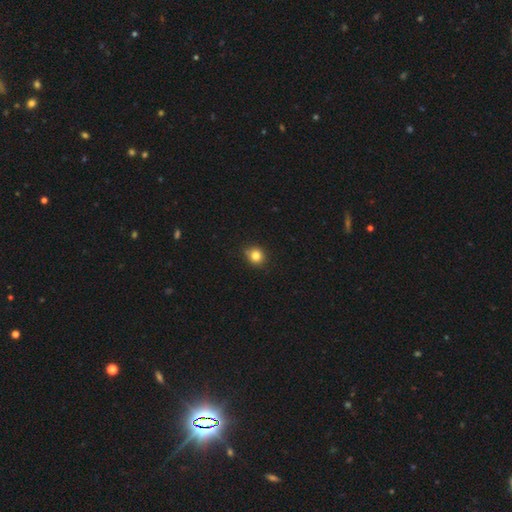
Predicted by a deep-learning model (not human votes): smooth 82%, star or artifact 12%, featured or disk 6%. Down the decision tree: how rounded — round (84%); merging — none (84%).